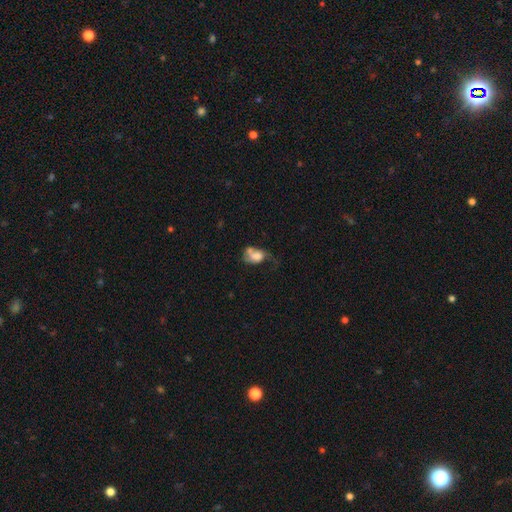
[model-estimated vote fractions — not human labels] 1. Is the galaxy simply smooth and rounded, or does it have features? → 60% smooth, 30% featured or disk, 10% star or artifact.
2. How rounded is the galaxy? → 74% in between, 24% round, 2% cigar-shaped.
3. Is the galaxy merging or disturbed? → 31% merger, 30% major disturbance, 20% none, 20% minor disturbance.